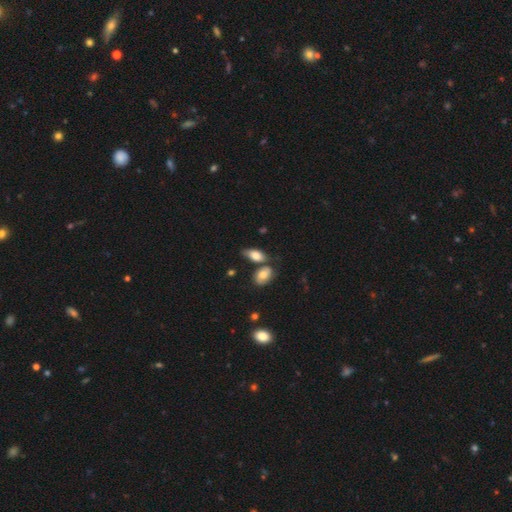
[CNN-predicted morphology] Smooth or featured: smooth — 77% (featured or disk — 16%)
How rounded: in between — 87% (cigar-shaped — 8%)
Merging: none — 52% (merger — 23%)